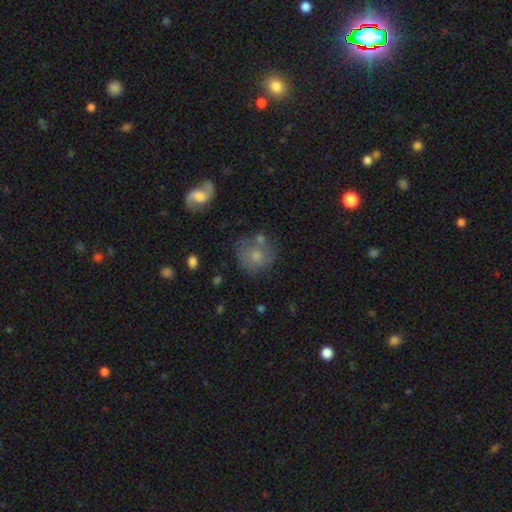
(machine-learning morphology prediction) The model was most divided on "merging": none: 58%, minor disturbance: 18%, merger: 17%, major disturbance: 7%. More confident: how rounded — round (86%); smooth or featured — smooth (71%).